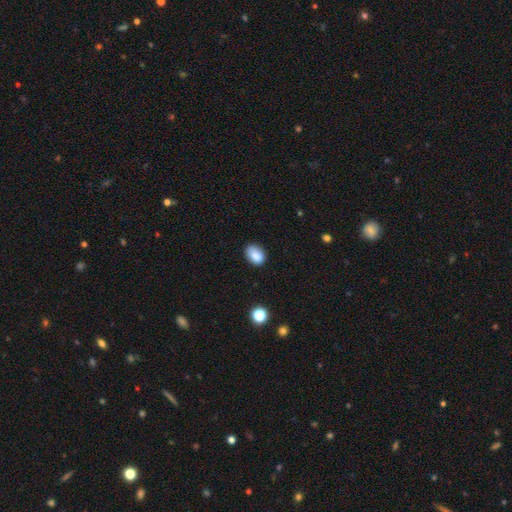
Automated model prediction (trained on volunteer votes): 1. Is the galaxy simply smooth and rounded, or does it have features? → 86% smooth, 9% star or artifact, 5% featured or disk.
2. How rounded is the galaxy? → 79% in between, 20% round, 1% cigar-shaped.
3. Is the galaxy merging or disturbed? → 76% none, 19% minor disturbance, 3% major disturbance, 2% merger.